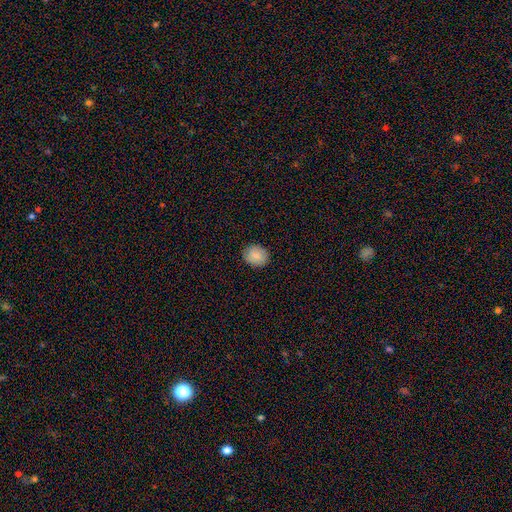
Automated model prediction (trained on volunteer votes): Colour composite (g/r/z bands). It shows a smooth galaxy with no disk features (85%) that is round (64%). Merging: none (88%).